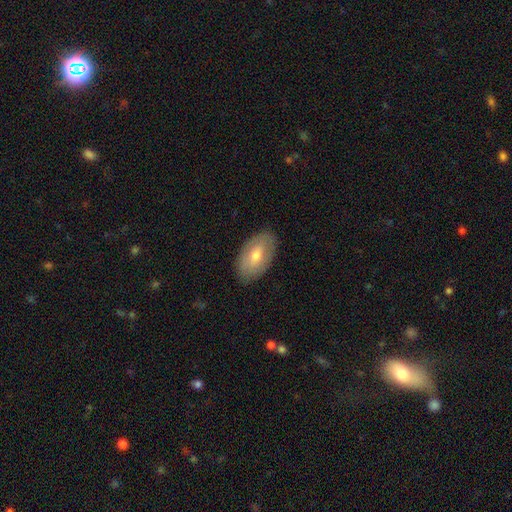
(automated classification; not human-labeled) smooth 57%, featured or disk 36%, star or artifact 6%. Down the decision tree: how rounded — in between (93%); merging — none (85%).